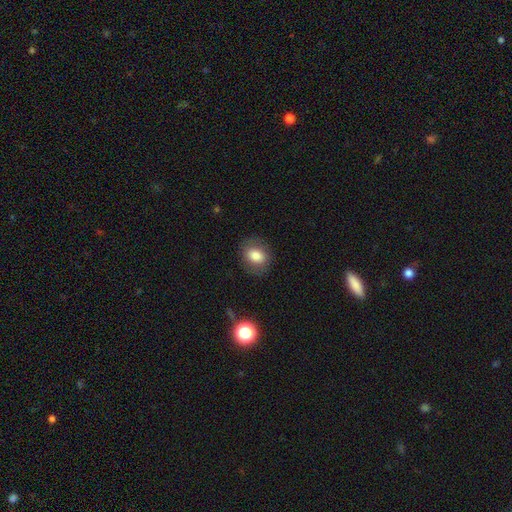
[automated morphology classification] This appears to be a smooth galaxy with no disk features (78%) that is in between round and cigar-shaped (53%). Merging: none (81%).